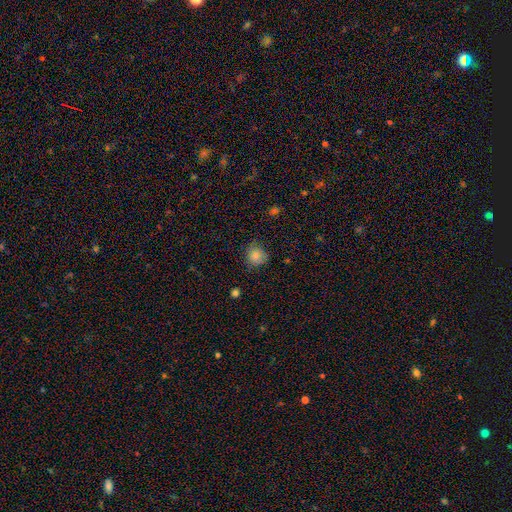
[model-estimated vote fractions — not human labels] smooth-or-featured: smooth: 83% | star or artifact: 11% | featured or disk: 6%
  how-rounded: round: 84% | in between: 15% | cigar-shaped: 1%
  merging: none: 73% | minor disturbance: 21% | major disturbance: 5% | merger: 1%